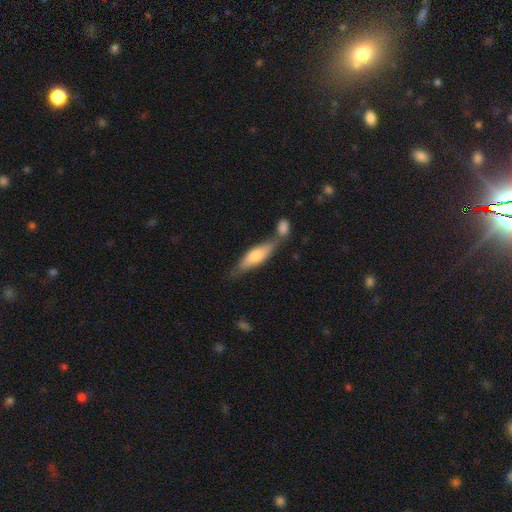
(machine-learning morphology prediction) This appears to be a smooth galaxy with no disk features (63%) that is cigar-shaped (56%). Merging: none (49%).